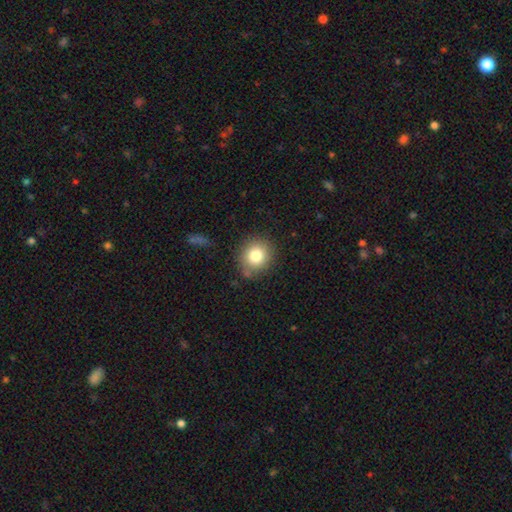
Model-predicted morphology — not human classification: This appears to be a smooth galaxy with no disk features (80%) that is round (83%). Merging: none (81%).